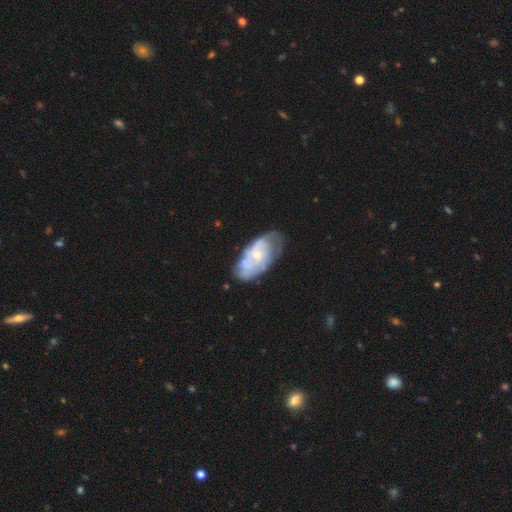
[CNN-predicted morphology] Smooth or featured? featured or disk (68%)
Edge-on disk? no (95%)
Bar? no (75%)
Spiral arms? yes (72%)
Bulge size? small (63%)
Merging? none (55%)